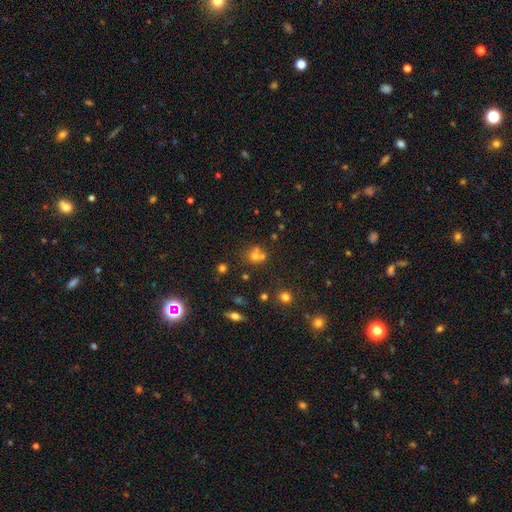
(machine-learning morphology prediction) A smooth galaxy with no disk features (57%) that is round (78%). Merging: none (46%).